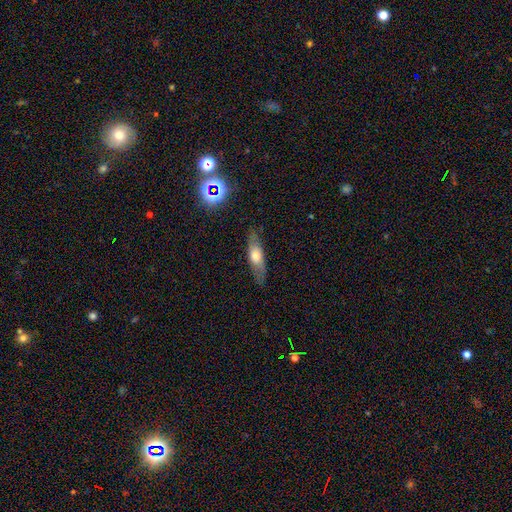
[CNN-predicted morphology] smooth_or_featured: smooth (p=0.52) [alt: featured or disk p=0.40]
how_rounded: cigar-shaped (p=0.55) [alt: in between p=0.42]
merging: none (p=0.80) [alt: minor disturbance p=0.14]